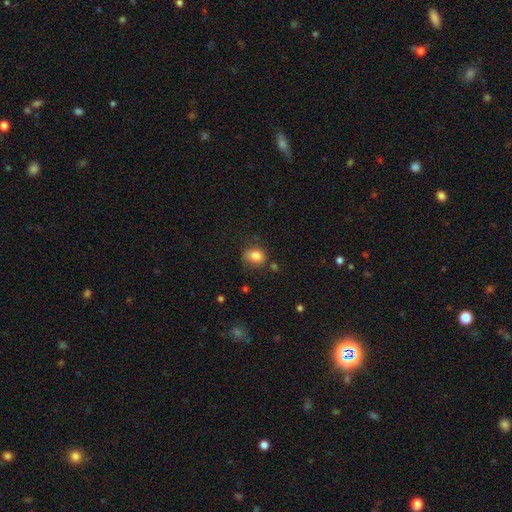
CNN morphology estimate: smooth 82%, star or artifact 10%, featured or disk 8%. Down the decision tree: how rounded — in between (56%); merging — none (64%).